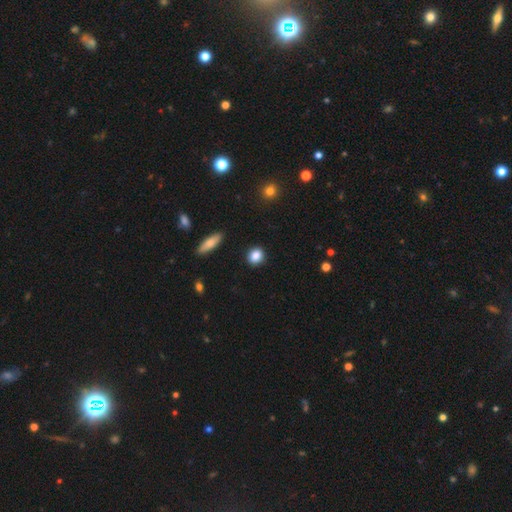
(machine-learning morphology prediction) The model was most divided on "how rounded": round: 71%, in between: 27%, cigar-shaped: 2%. More confident: merging — none (90%); smooth or featured — smooth (87%).